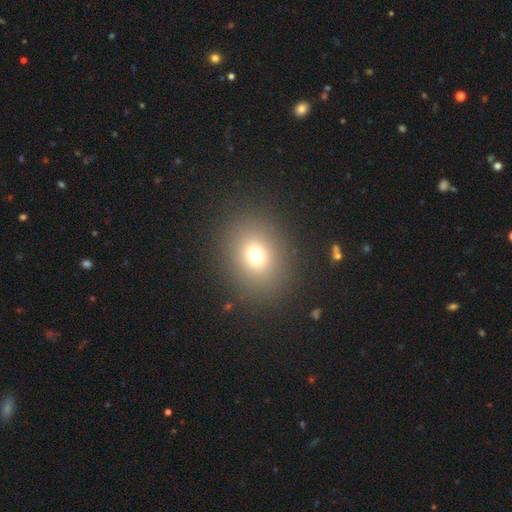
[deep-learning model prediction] Overall: smooth (71%). How rounded: round (62%; in between 37%). Merging: none (87%).